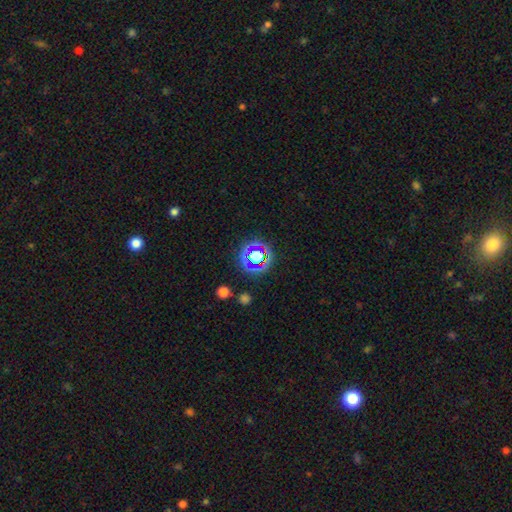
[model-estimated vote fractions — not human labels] Q: Smooth or featured?
A: star or artifact (57%); runner-up: smooth (29%)